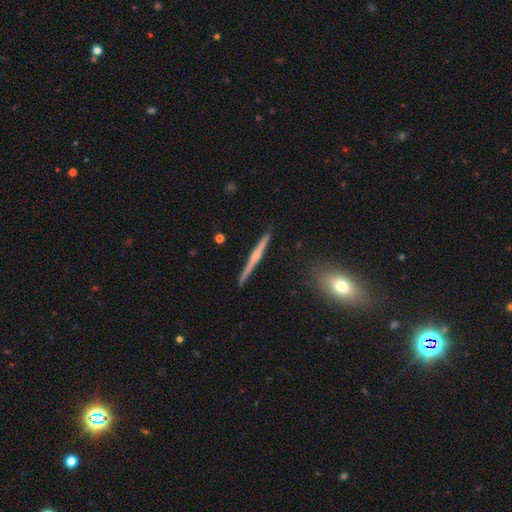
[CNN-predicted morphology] The model was most divided on "edge-on bulge": rounded: 61%, none: 30%, boxy: 9%. More confident: edge-on disk — yes (98%); merging — none (90%); smooth or featured — featured or disk (64%).